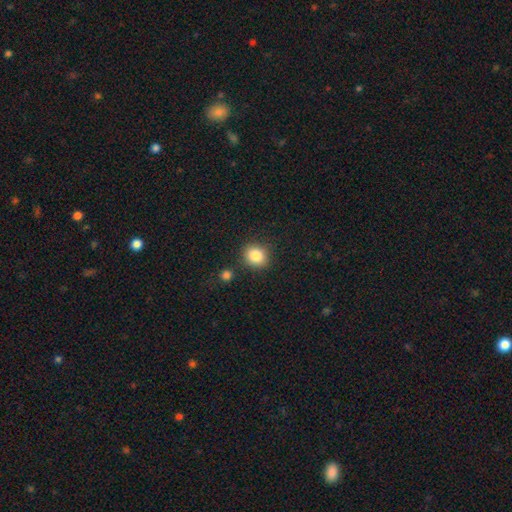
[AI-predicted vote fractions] The model was most divided on "how rounded": round: 72%, in between: 27%, cigar-shaped: 1%. More confident: smooth or featured — smooth (84%); merging — none (83%).